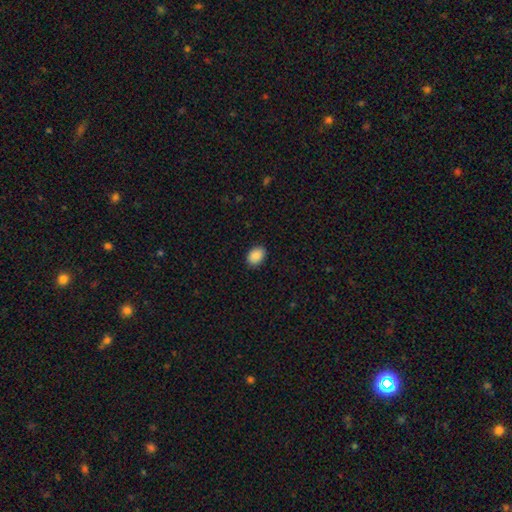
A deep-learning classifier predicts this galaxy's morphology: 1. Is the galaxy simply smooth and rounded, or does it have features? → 90% smooth, 7% star or artifact, 3% featured or disk.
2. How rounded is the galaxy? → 75% in between, 24% round, 1% cigar-shaped.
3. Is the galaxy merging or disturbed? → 89% none, 8% minor disturbance, 2% major disturbance, 1% merger.